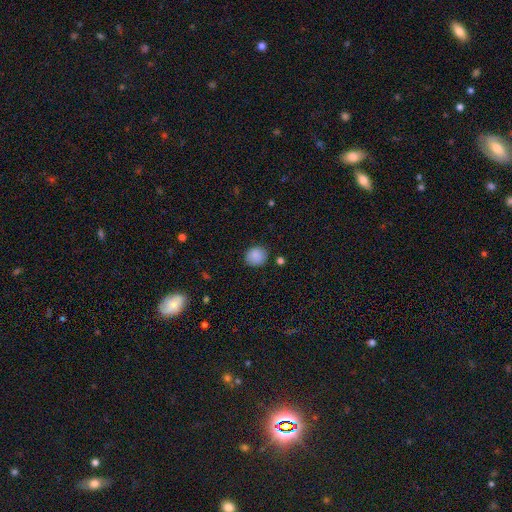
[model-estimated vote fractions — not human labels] Q: Smooth or featured?
A: smooth (87%); runner-up: star or artifact (9%)
Q: How rounded?
A: round (78%); runner-up: in between (21%)
Q: Merging?
A: none (84%); runner-up: minor disturbance (11%)